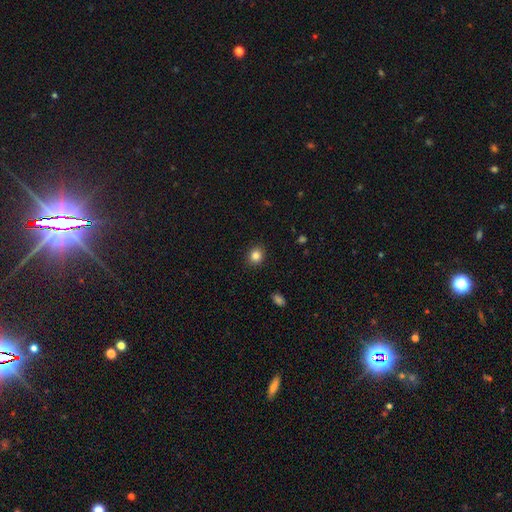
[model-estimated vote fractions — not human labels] Smooth or featured? Predicted: smooth (p=0.84). How rounded? Predicted: round (p=0.69). Merging? Predicted: none (p=0.89).